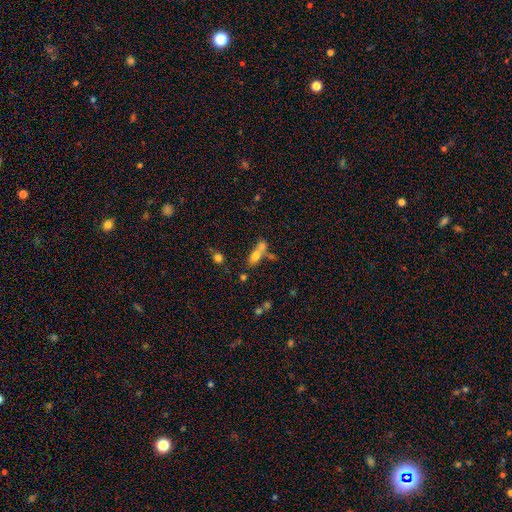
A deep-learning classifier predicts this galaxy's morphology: A smooth galaxy with no disk features (67%) that is in between round and cigar-shaped (68%). Merging: merger (54%).